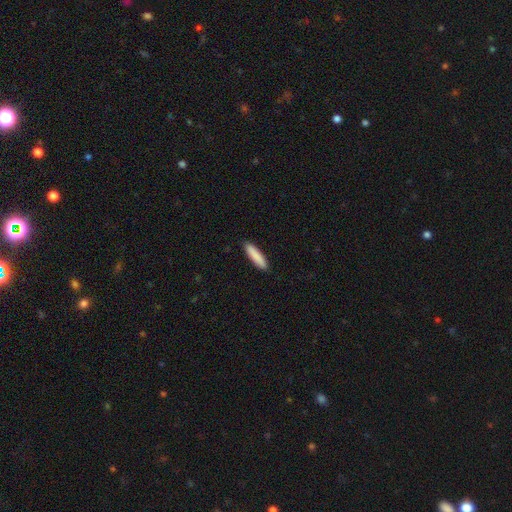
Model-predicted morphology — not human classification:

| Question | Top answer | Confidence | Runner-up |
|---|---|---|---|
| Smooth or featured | smooth | 88% | featured or disk (7%) |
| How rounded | cigar-shaped | 80% | in between (19%) |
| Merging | none | 91% | minor disturbance (7%) |